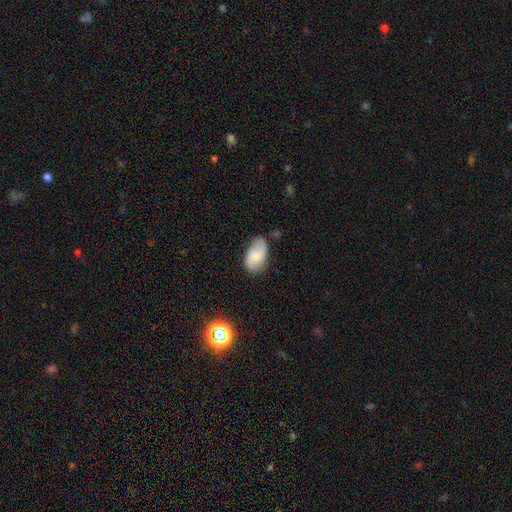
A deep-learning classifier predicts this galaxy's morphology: smooth 56%, featured or disk 36%, star or artifact 7%. Down the decision tree: how rounded — in between (92%); merging — none (62%).